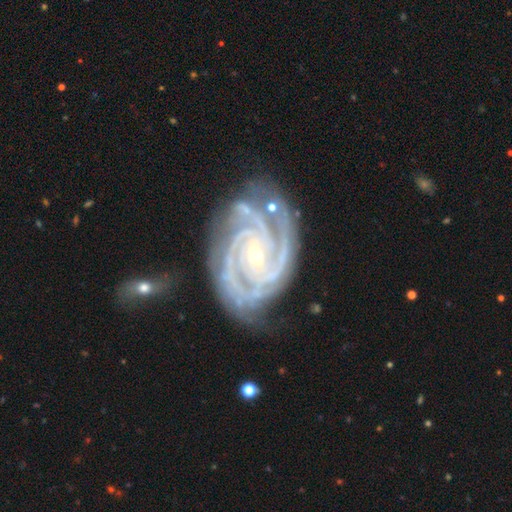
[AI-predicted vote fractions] Smooth or featured? featured or disk (94%)
Edge-on disk? no (98%)
Bar? no (59%)
Spiral arms? yes (99%)
Spiral winding? tight (76%)
Spiral arm count? 3 (40%)
Bulge size? small (75%)
Merging? none (66%)